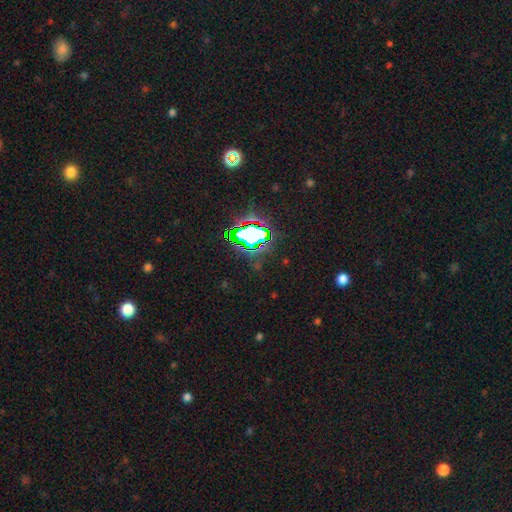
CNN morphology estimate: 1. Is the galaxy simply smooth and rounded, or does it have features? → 80% star or artifact, 12% smooth, 8% featured or disk.